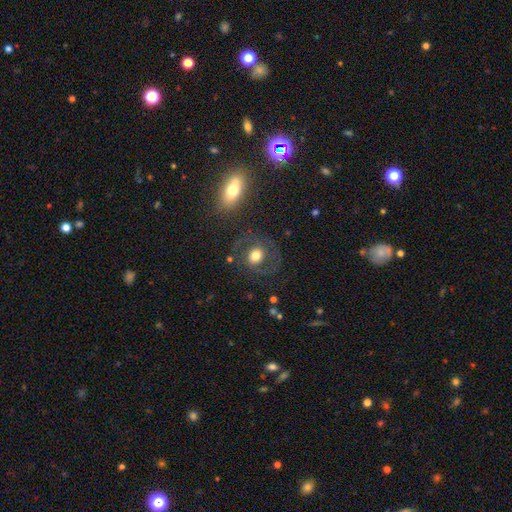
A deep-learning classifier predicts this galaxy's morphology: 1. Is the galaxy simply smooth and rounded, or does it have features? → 50% featured or disk, 39% smooth, 11% star or artifact.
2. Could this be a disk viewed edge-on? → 97% no, 3% yes.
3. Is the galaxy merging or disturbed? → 72% none, 14% minor disturbance, 11% major disturbance, 3% merger.